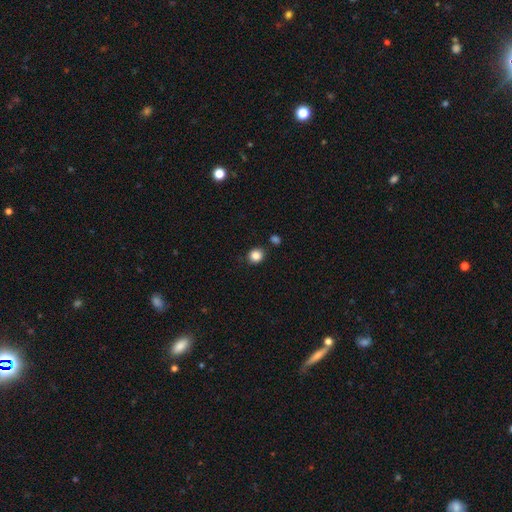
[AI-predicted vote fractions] Q: Smooth or featured?
A: smooth (86%); runner-up: star or artifact (11%)
Q: How rounded?
A: round (82%); runner-up: in between (17%)
Q: Merging?
A: none (85%); runner-up: minor disturbance (9%)